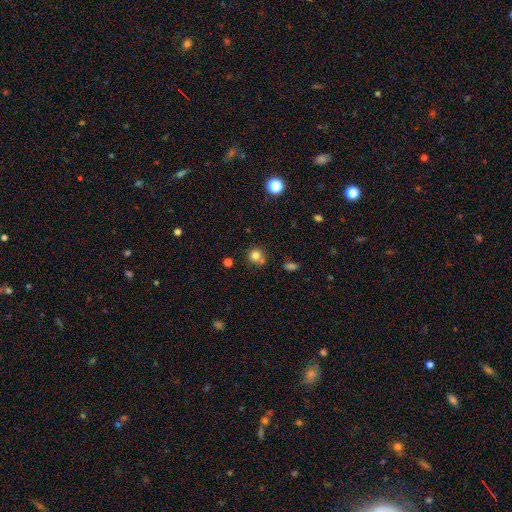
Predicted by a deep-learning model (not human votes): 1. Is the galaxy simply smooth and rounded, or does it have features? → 79% smooth, 14% star or artifact, 8% featured or disk.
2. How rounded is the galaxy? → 90% round, 9% in between, 1% cigar-shaped.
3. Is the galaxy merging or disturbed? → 65% none, 19% merger, 12% minor disturbance, 4% major disturbance.